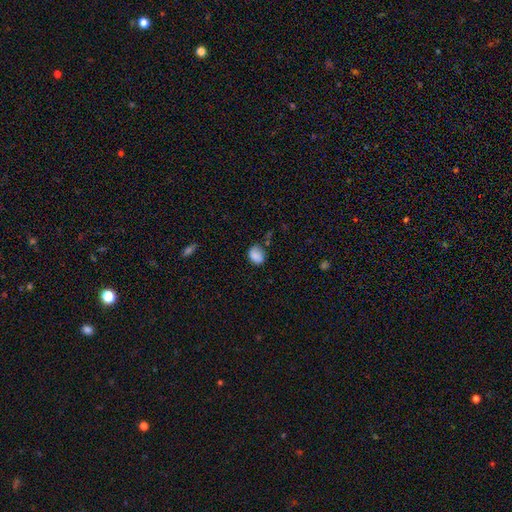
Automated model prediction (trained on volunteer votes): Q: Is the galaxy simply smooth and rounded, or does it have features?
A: smooth — 85%.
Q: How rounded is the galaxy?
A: in between — 54%.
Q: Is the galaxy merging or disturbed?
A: none — 63%.